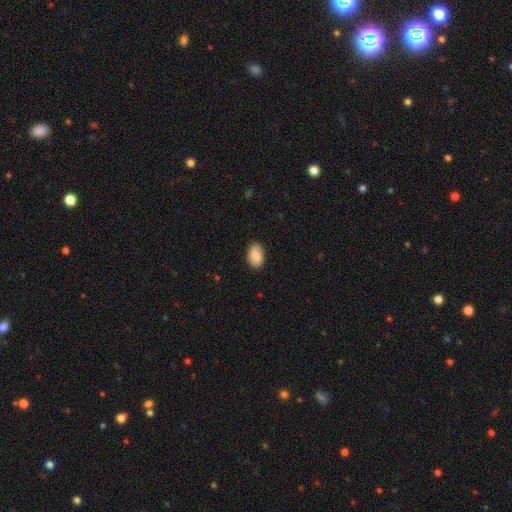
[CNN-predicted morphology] Smooth or featured? smooth (78%)
How rounded? in between (89%)
Merging? none (85%)